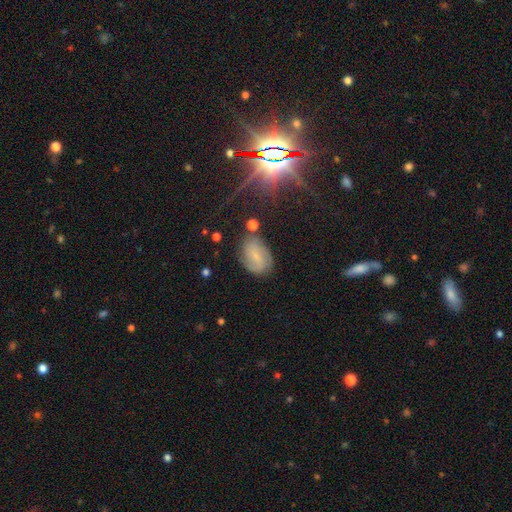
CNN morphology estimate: A featured or disk galaxy (51%). Merging: none (70%).